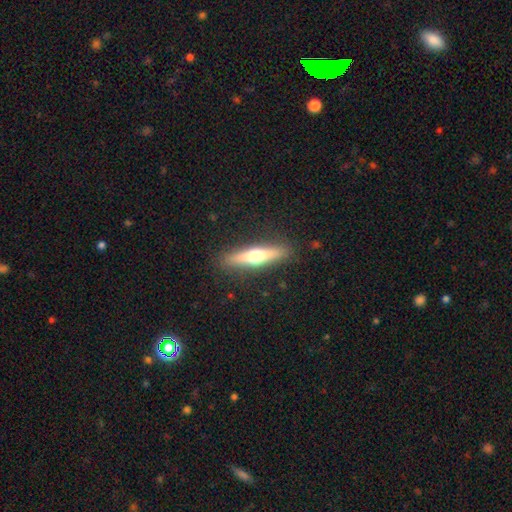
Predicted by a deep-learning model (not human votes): Overall: featured or disk (51%; smooth 43%). Edge-on disk: yes (93%). Merging: none (89%).